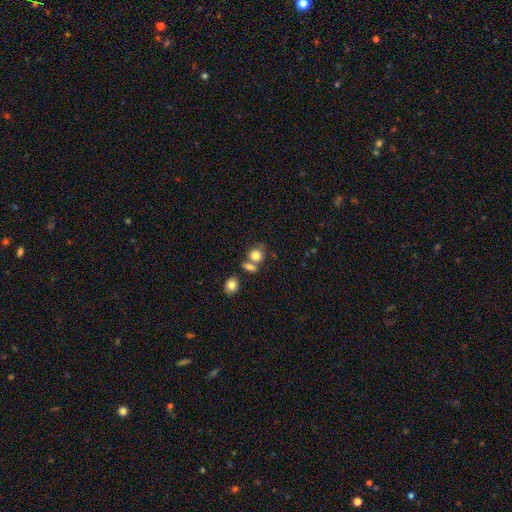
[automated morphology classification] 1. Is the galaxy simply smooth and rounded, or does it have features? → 80% smooth, 10% star or artifact, 9% featured or disk.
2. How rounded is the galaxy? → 74% round, 25% in between, 1% cigar-shaped.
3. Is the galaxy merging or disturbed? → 49% none, 34% merger, 12% minor disturbance, 5% major disturbance.